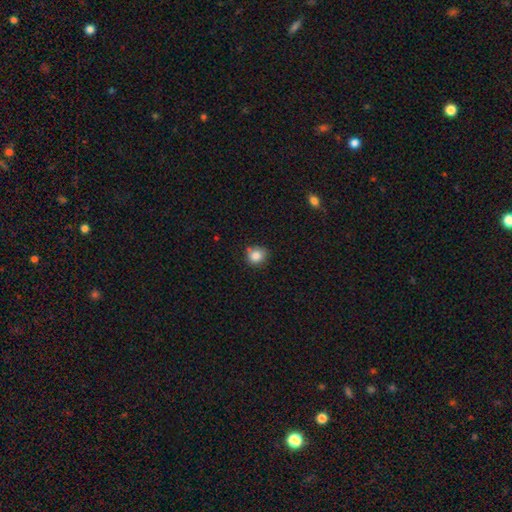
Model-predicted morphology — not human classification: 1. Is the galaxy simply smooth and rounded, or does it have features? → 84% smooth, 10% star or artifact, 5% featured or disk.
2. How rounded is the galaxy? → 80% round, 20% in between, 1% cigar-shaped.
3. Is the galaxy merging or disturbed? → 71% none, 21% minor disturbance, 5% merger, 4% major disturbance.